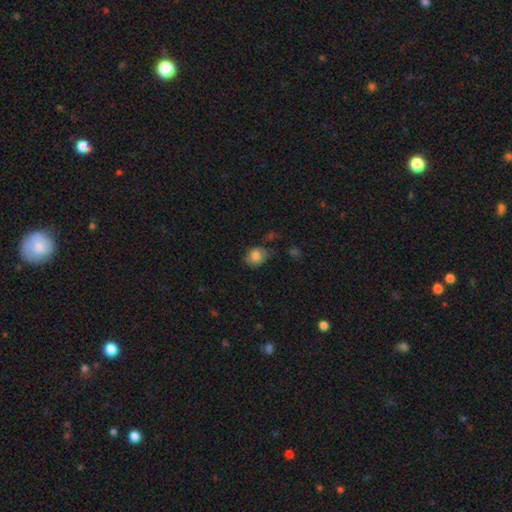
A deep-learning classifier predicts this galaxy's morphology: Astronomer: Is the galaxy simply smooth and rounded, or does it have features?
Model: smooth — 80%.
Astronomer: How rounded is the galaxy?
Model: in between — 57% (runner-up: round, 41%).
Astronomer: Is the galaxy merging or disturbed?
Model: none — 62%.